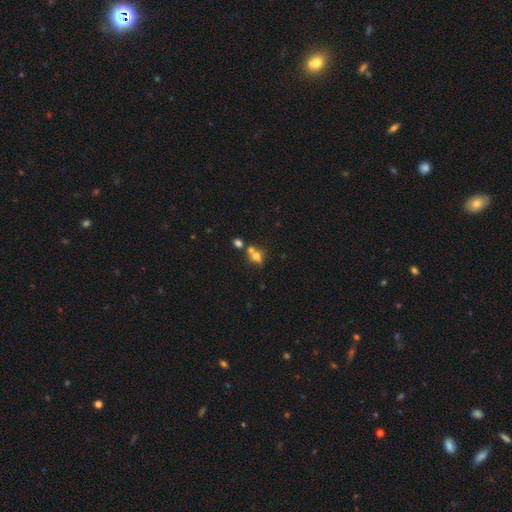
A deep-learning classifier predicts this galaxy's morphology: type=smooth (62%); roundness=in between (48%); merging=merger (48%).